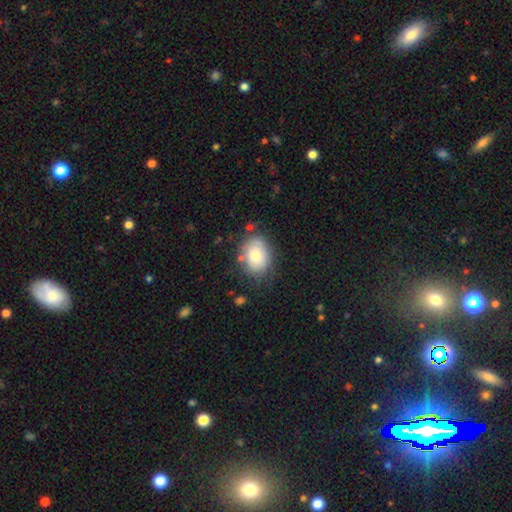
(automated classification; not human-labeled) This appears to be a smooth galaxy with no disk features (76%) that is in between round and cigar-shaped (70%). Merging: none (70%).